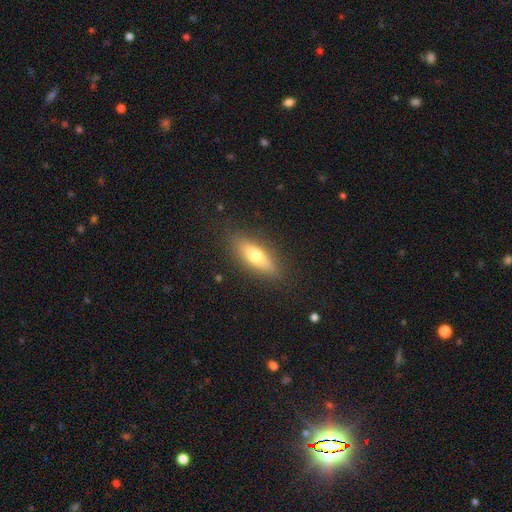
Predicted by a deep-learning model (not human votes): This is likely a smooth galaxy (63%). How rounded: possibly in between (52%). Merging: clearly none (86%).